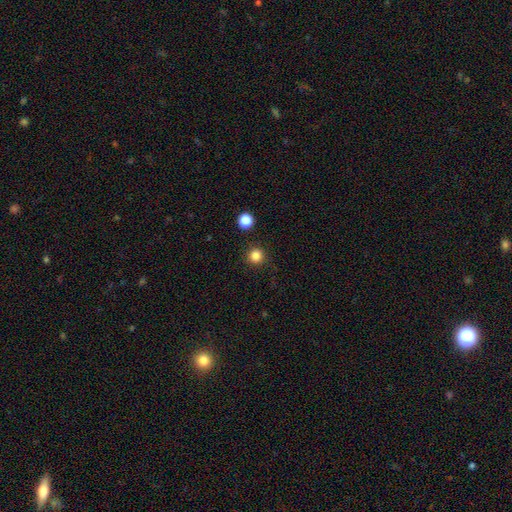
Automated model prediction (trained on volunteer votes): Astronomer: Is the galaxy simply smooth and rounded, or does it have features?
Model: smooth — 84%.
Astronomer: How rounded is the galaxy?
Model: round — 95%.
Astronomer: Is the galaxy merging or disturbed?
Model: none — 91%.